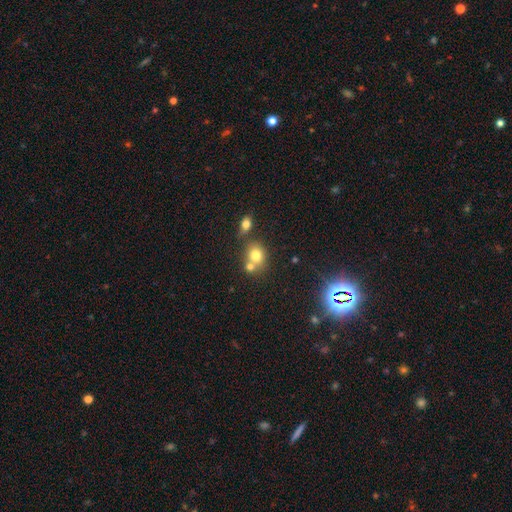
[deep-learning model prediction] A smooth galaxy with no disk features (74%) that is round (65%).

Vote fractions:
- Smooth or featured? smooth: 74% / featured or disk: 13% / star or artifact: 13%
- How rounded? round: 65% / in between: 34% / cigar-shaped: 1%
- Merging? none: 46% / merger: 39% / minor disturbance: 10% / major disturbance: 4%